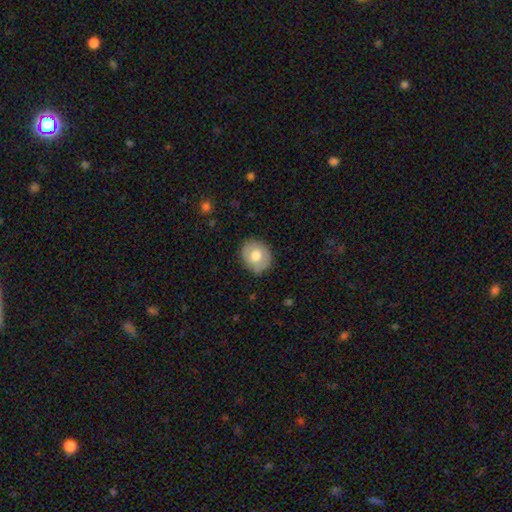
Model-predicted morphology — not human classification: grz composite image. It shows a smooth galaxy with no disk features (68%) that is round (69%). Merging: none (82%).